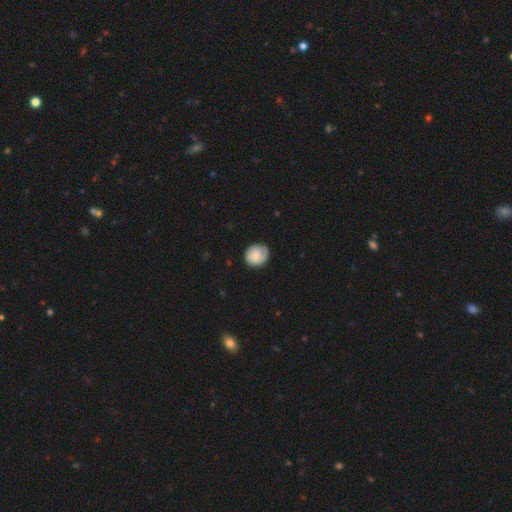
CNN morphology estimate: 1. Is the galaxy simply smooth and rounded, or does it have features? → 64% smooth, 29% featured or disk, 7% star or artifact.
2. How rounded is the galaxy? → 78% round, 21% in between, 1% cigar-shaped.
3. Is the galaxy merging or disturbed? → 74% none, 20% minor disturbance, 5% major disturbance, 1% merger.